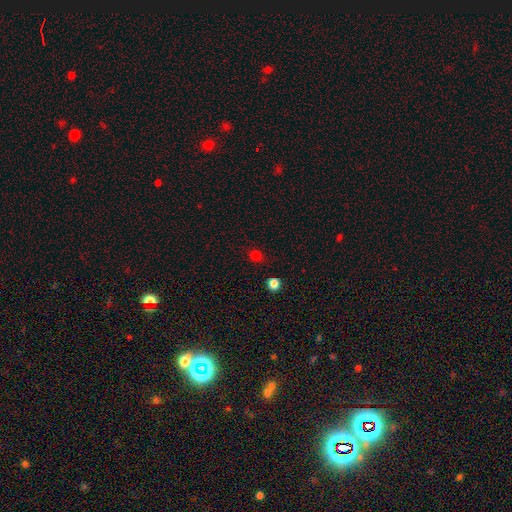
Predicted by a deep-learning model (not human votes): Smooth or featured: smooth — 72% (star or artifact — 24%)
How rounded: round — 82% (in between — 17%)
Merging: none — 86% (minor disturbance — 9%)